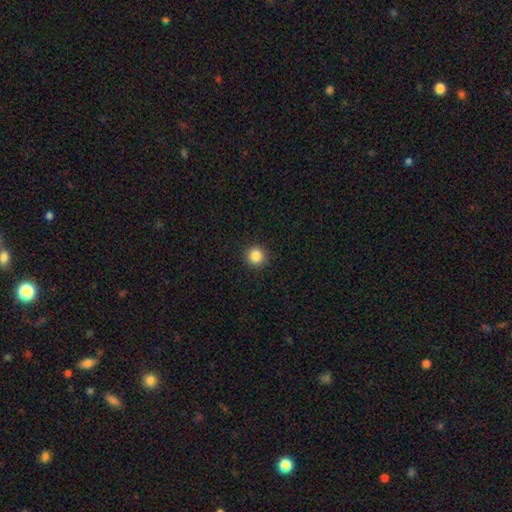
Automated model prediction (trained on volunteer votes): This appears to be a smooth galaxy with no disk features (86%) that is round (95%). Merging: none (93%).